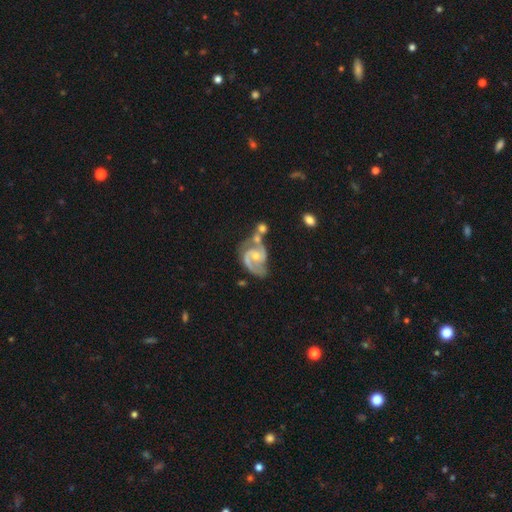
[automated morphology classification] Smooth or featured? featured or disk (89%)
Edge-on disk? no (98%)
Bar? no (53%)
Spiral arms? yes (97%)
Spiral winding? medium (57%)
Spiral arm count? 2 (86%)
Bulge size? small (50%)
Merging? none (38%)